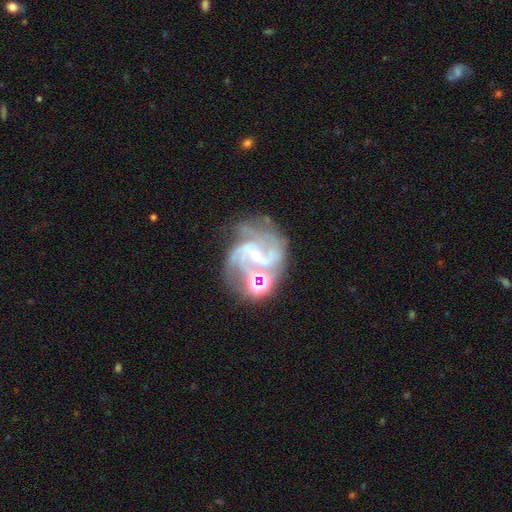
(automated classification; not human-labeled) Smooth or featured?
  - featured or disk: 86% *
  - star or artifact: 9%
  - smooth: 5%
Edge-on disk?
  - no: 98% *
  - yes: 2%
Bar?
  - no: 49% *
  - weak: 37%
  - strong: 14%
Spiral arms?
  - yes: 97% *
  - no: 3%
Spiral winding?
  - medium: 56% *
  - tight: 26%
  - loose: 18%
Spiral arm count?
  - 3: 36% *
  - 2: 32%
  - can't tell: 12%
  - 4: 10%
  - more than 4: 5%
  - 1: 5%
Bulge size?
  - small: 75% *
  - moderate: 20%
  - none: 3%
  - large: 1%
  - dominant: 1%
Merging?
  - none: 49% *
  - minor disturbance: 20%
  - major disturbance: 17%
  - merger: 14%